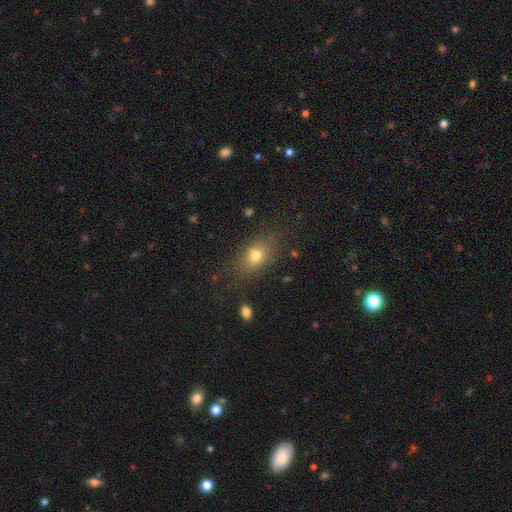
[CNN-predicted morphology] Smooth or featured: smooth — 74% (featured or disk — 13%)
How rounded: in between — 70% (round — 26%)
Merging: none — 77% (minor disturbance — 14%)